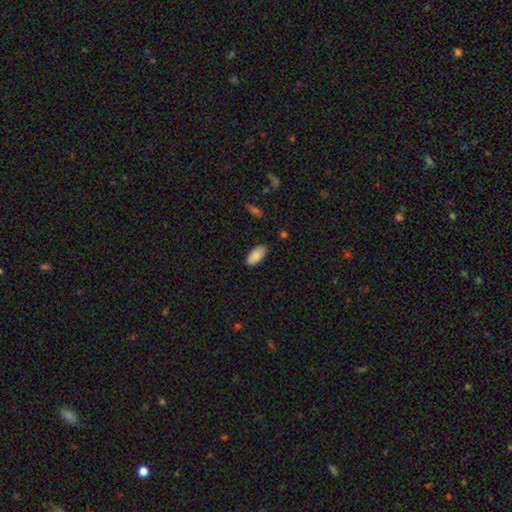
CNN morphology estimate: Smooth or featured? Predicted: smooth (p=0.87). How rounded? Predicted: in between (p=0.92). Merging? Predicted: none (p=0.84).